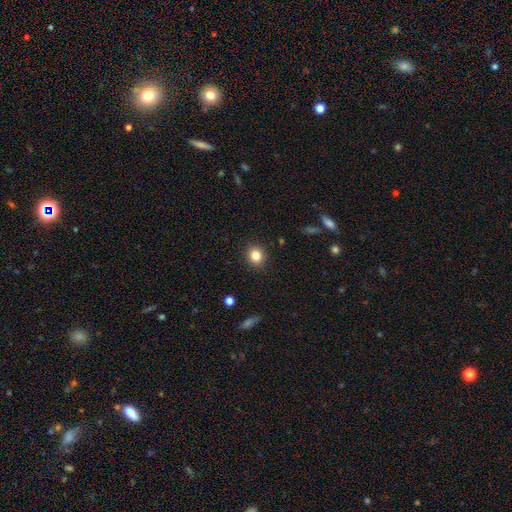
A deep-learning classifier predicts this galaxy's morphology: Smooth or featured? smooth (83%)
How rounded? round (79%)
Merging? none (90%)